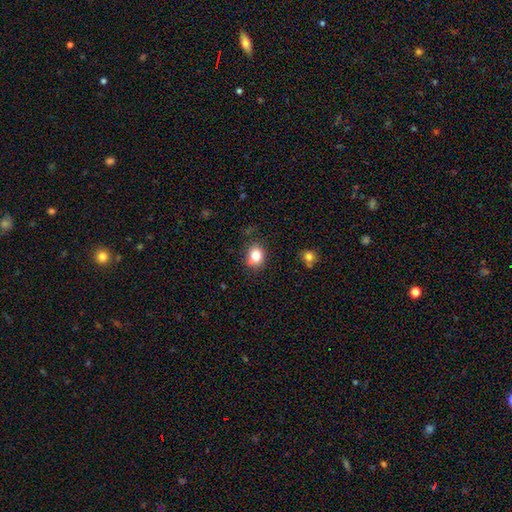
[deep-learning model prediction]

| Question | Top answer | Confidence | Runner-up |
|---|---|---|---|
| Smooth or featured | smooth | 83% | star or artifact (10%) |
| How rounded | round | 53% | in between (46%) |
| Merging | none | 74% | minor disturbance (17%) |